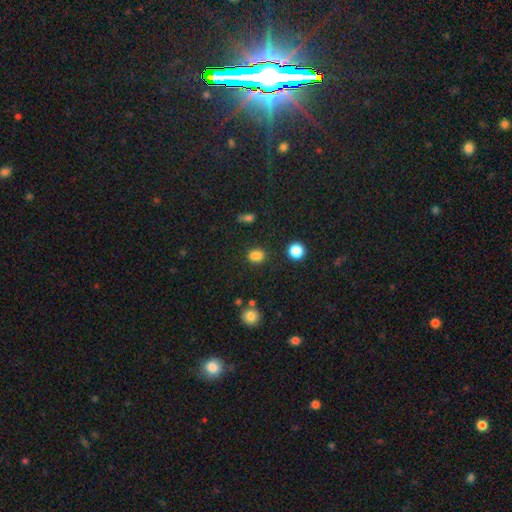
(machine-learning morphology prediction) Smooth or featured? Predicted: smooth (p=0.81). How rounded? Predicted: in between (p=0.54). Merging? Predicted: none (p=0.76).